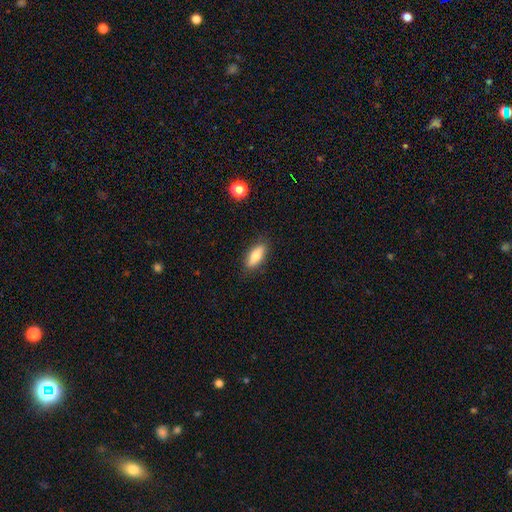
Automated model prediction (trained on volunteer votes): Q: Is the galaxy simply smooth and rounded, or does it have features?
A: smooth — 74%.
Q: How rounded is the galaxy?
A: in between — 74%.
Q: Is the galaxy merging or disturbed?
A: none — 86%.